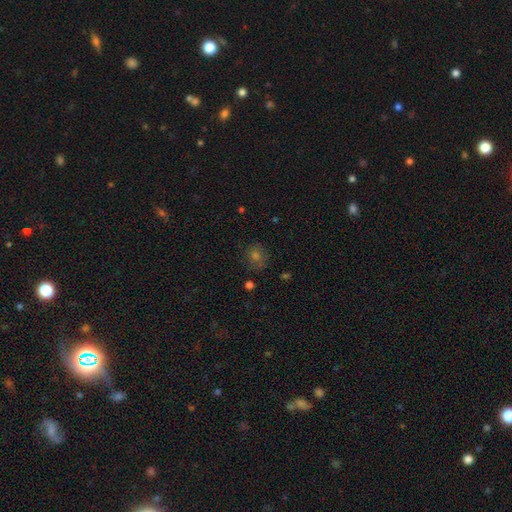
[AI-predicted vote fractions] Smooth or featured?
  - smooth: 58% *
  - star or artifact: 29%
  - featured or disk: 14%
How rounded?
  - round: 76% *
  - in between: 22%
  - cigar-shaped: 1%
Merging?
  - none: 80% *
  - minor disturbance: 14%
  - major disturbance: 5%
  - merger: 2%